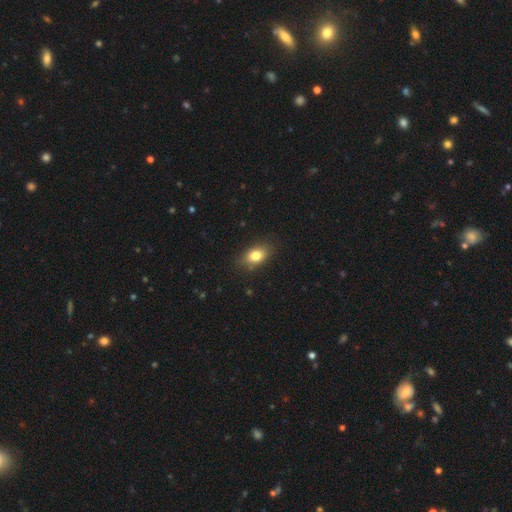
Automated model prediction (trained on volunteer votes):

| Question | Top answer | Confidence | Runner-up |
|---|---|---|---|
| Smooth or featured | smooth | 81% | featured or disk (10%) |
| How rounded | in between | 82% | round (15%) |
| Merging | none | 83% | minor disturbance (13%) |